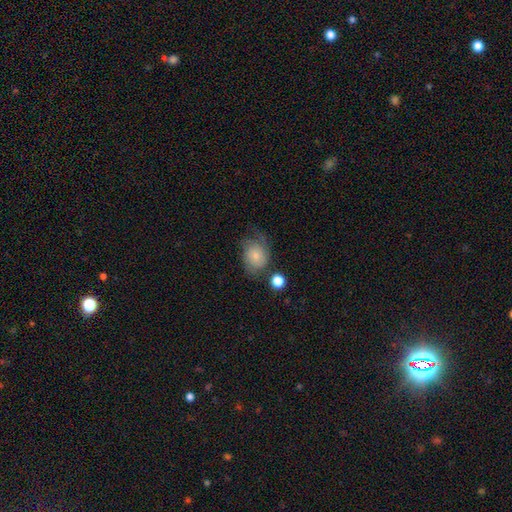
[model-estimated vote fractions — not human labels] Smooth or featured? Predicted: smooth (p=0.58). How rounded? Predicted: round (p=0.52). Merging? Predicted: none (p=0.50).